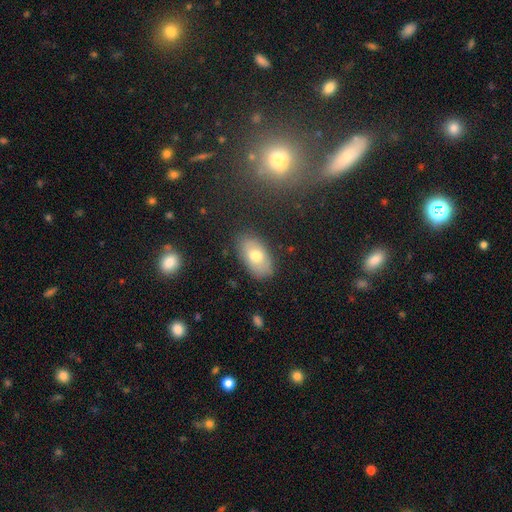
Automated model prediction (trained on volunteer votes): The model was most divided on "smooth or featured": smooth: 68%, featured or disk: 24%, star or artifact: 9%. More confident: how rounded — in between (93%); merging — none (82%).